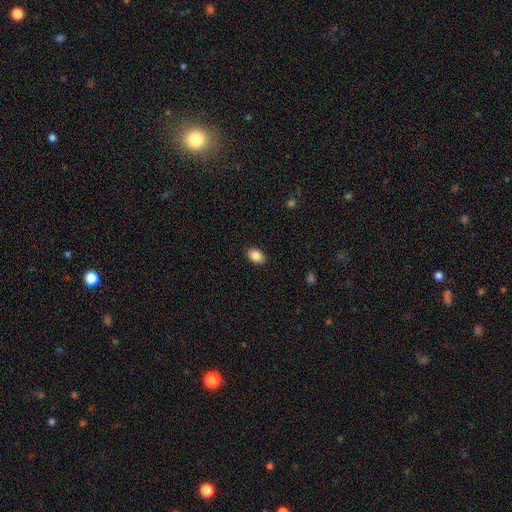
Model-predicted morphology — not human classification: This is clearly a smooth galaxy (87%). How rounded: clearly in between (82%). Merging: clearly none (89%).